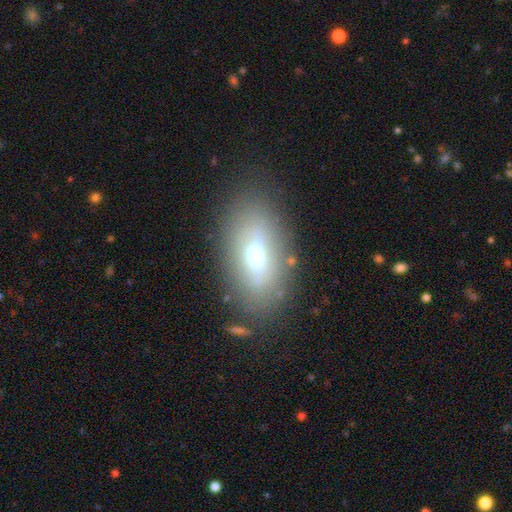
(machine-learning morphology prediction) This is likely a smooth galaxy (60%). How rounded: clearly in between (87%). Merging: likely none (75%).